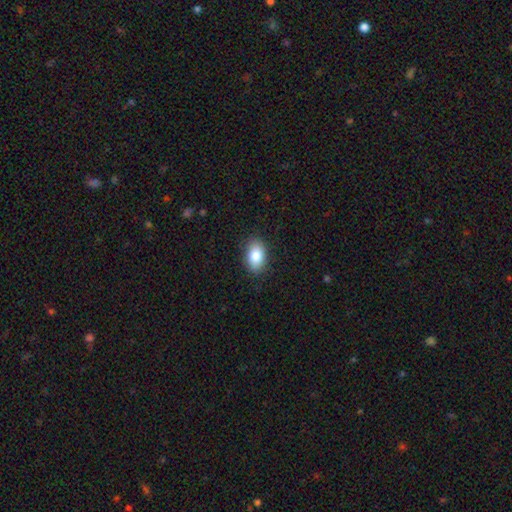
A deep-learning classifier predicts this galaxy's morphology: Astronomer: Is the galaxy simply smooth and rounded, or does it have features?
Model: smooth — 84%.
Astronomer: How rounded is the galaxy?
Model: in between — 88%.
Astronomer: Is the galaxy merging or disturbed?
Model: none — 86%.